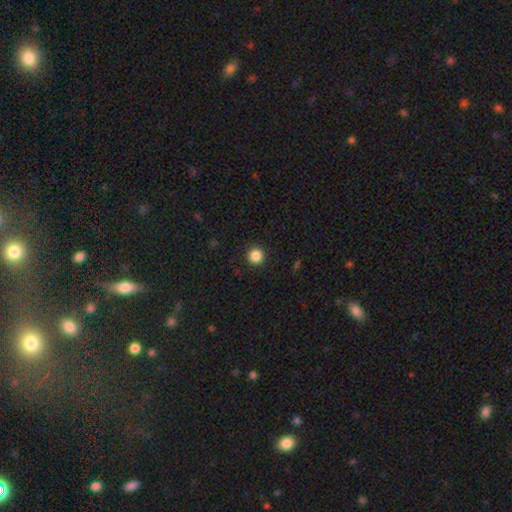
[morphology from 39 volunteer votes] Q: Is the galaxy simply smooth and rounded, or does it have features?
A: smooth — 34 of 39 (87%).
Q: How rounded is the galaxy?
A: round — 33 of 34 (97%).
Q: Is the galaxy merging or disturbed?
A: none — 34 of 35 (97%).